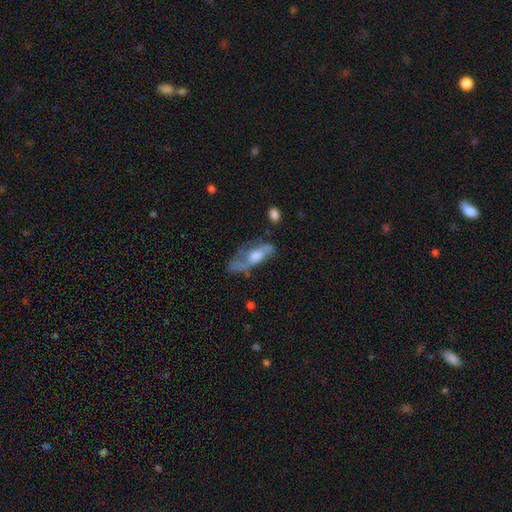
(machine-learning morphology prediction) Smooth or featured?
  - featured or disk: 64% *
  - smooth: 28%
  - star or artifact: 8%
Edge-on disk?
  - no: 76% *
  - yes: 24%
Merging?
  - none: 45% *
  - minor disturbance: 25%
  - major disturbance: 25%
  - merger: 4%